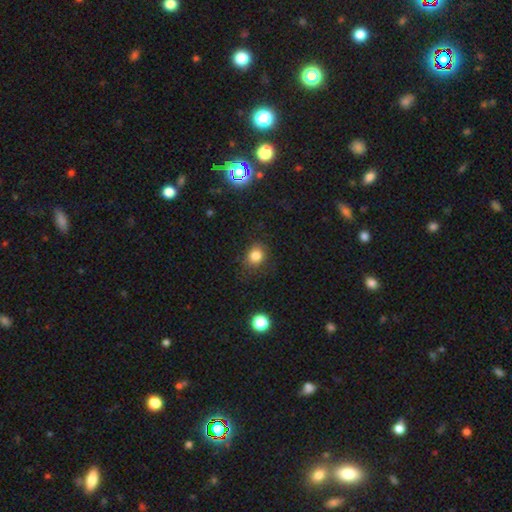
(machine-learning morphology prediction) A smooth galaxy with no disk features (81%) that is round (69%). Merging: none (81%).